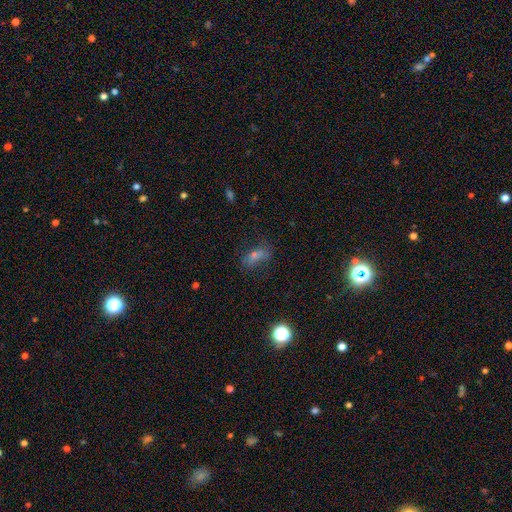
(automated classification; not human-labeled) Q: Smooth or featured?
A: smooth (65%); runner-up: featured or disk (20%)
Q: How rounded?
A: in between (78%); runner-up: cigar-shaped (15%)
Q: Merging?
A: none (56%); runner-up: minor disturbance (26%)